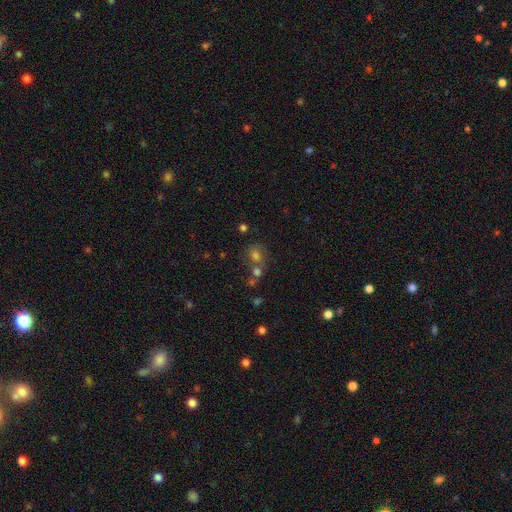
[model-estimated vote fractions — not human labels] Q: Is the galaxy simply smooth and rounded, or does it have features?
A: smooth — 66%.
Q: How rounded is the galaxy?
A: round — 72%.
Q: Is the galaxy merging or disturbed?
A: none — 51%.